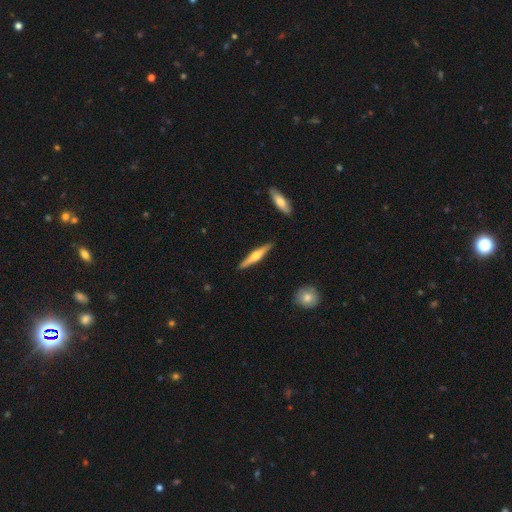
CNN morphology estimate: This appears to be a featured or disk galaxy (64%) viewed edge-on (97%) with a rounded central bulge (87%). Merging: none (90%).